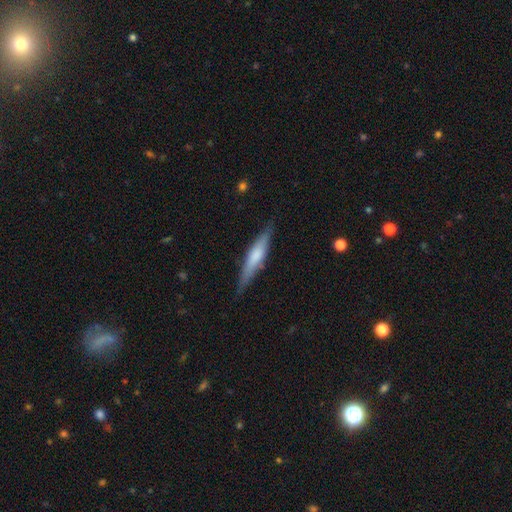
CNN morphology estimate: Q: Smooth or featured?
A: smooth (48%); runner-up: featured or disk (47%)
Q: Merging?
A: none (83%); runner-up: minor disturbance (13%)